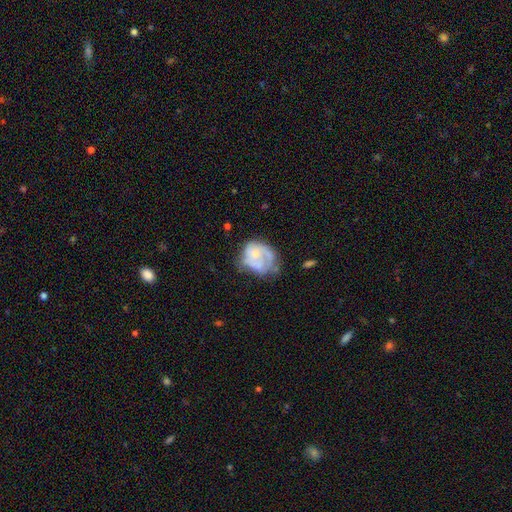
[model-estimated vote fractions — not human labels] Morphology: type=featured or disk (61%); edge-on=no (98%); bar=no (81%); spiral arms=yes (63%); bulge=small (51%); merging=none (36%).